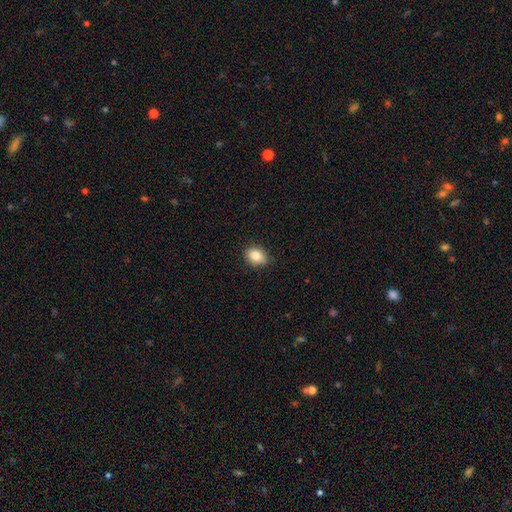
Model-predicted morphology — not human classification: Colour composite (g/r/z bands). It shows a smooth galaxy with no disk features (85%) that is in between round and cigar-shaped (68%). Merging: none (84%).